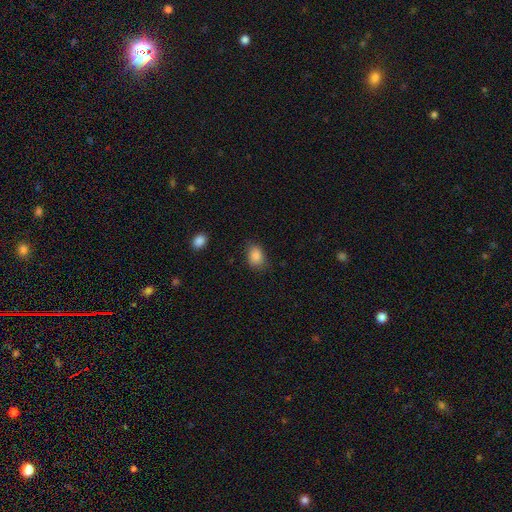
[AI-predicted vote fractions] This appears to be a smooth galaxy with no disk features (87%) that is in between round and cigar-shaped (75%). Merging: none (77%).